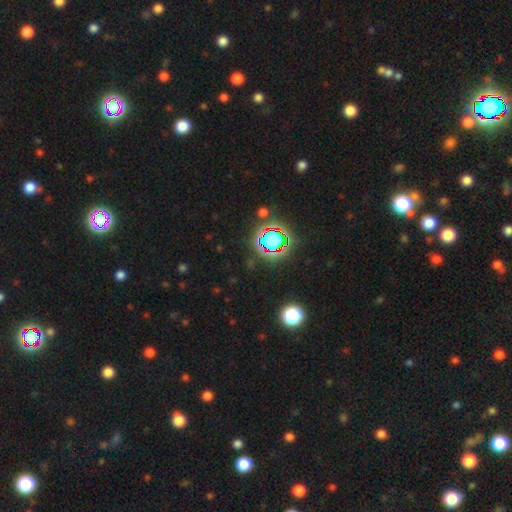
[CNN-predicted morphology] star or artifact 80%, smooth 13%, featured or disk 7%.